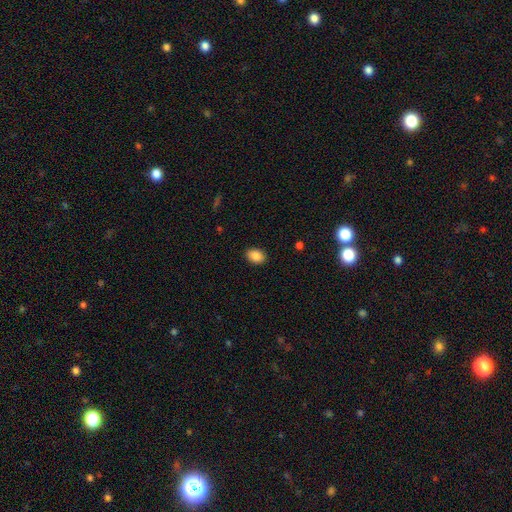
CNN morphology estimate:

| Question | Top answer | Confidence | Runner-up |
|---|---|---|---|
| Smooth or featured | smooth | 88% | star or artifact (8%) |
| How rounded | in between | 76% | round (22%) |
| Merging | none | 89% | minor disturbance (8%) |